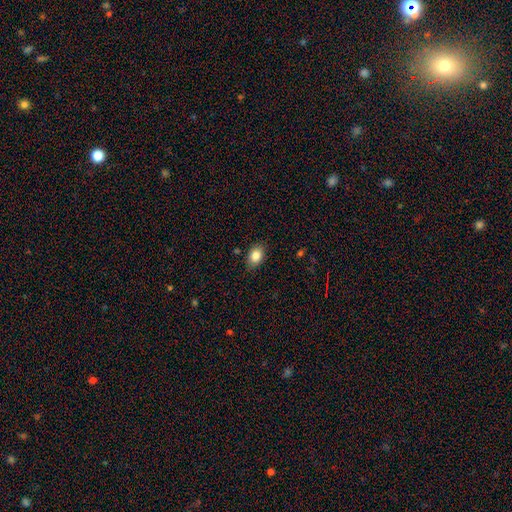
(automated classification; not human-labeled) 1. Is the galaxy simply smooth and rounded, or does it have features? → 84% smooth, 8% star or artifact, 8% featured or disk.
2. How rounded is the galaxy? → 77% in between, 21% round, 1% cigar-shaped.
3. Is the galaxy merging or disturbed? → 83% none, 14% minor disturbance, 3% major disturbance, 1% merger.